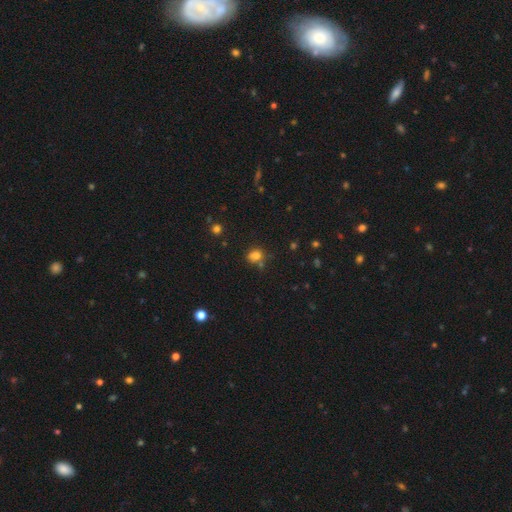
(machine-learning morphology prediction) Smooth or featured?
  - smooth: 76% *
  - star or artifact: 17%
  - featured or disk: 7%
How rounded?
  - round: 54% *
  - in between: 45%
  - cigar-shaped: 1%
Merging?
  - none: 58% *
  - merger: 18%
  - minor disturbance: 18%
  - major disturbance: 6%